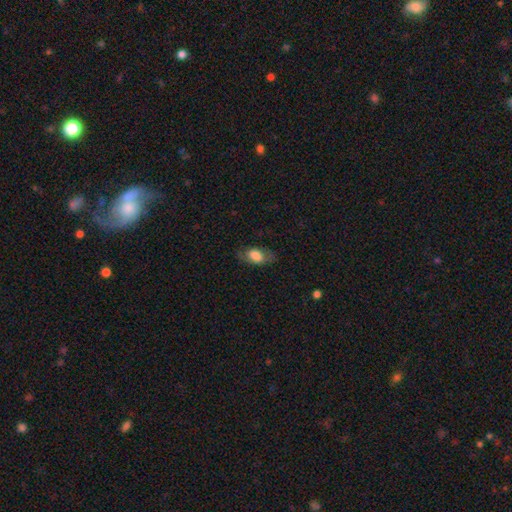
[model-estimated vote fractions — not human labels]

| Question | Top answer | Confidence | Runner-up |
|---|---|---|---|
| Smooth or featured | smooth | 69% | featured or disk (24%) |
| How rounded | in between | 88% | round (8%) |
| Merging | none | 71% | minor disturbance (19%) |